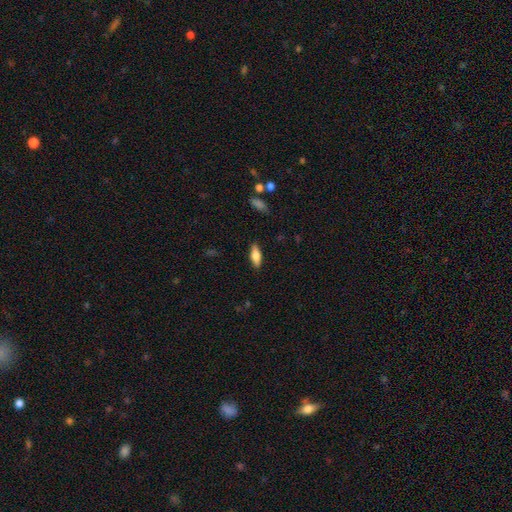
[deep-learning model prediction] The model was most divided on "how rounded": in between: 67%, cigar-shaped: 30%, round: 2%. More confident: merging — none (87%); smooth or featured — smooth (67%).